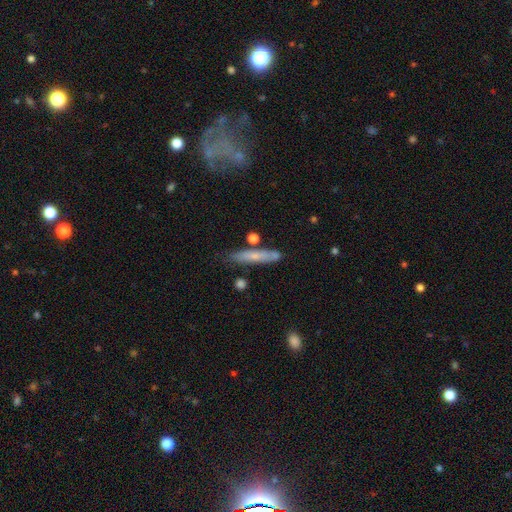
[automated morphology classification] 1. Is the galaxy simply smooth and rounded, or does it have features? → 61% smooth, 32% featured or disk, 7% star or artifact.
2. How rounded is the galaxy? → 89% cigar-shaped, 9% in between, 2% round.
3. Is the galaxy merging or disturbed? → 73% none, 16% minor disturbance, 7% merger, 4% major disturbance.